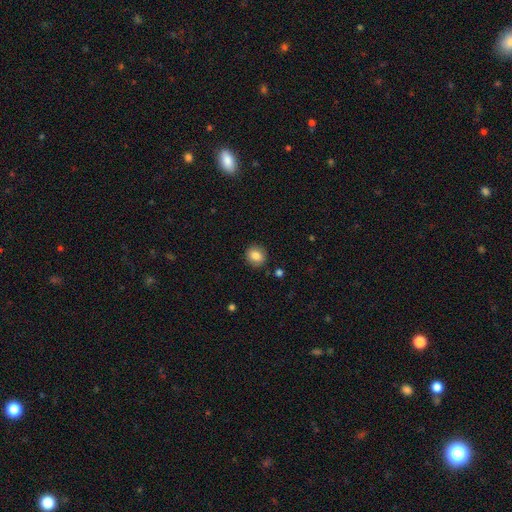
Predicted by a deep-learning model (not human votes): Q: Smooth or featured?
A: smooth (85%); runner-up: star or artifact (9%)
Q: How rounded?
A: round (81%); runner-up: in between (19%)
Q: Merging?
A: none (90%); runner-up: minor disturbance (7%)